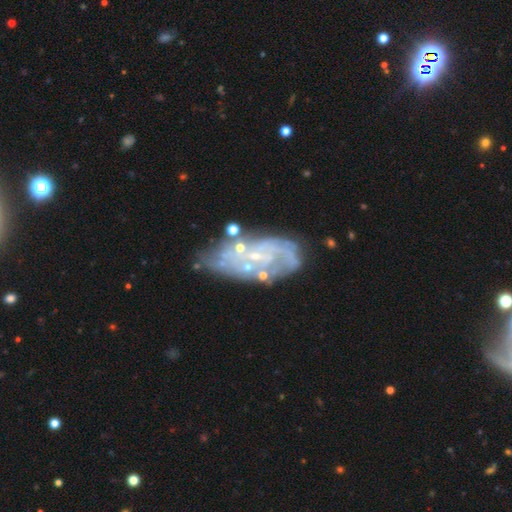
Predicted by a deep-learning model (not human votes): Smooth or featured? Predicted: featured or disk (p=0.76). Edge-on disk? Predicted: no (p=0.95). Bar? Predicted: no (p=0.72). Spiral arms? Predicted: yes (p=0.67). Bulge size? Predicted: small (p=0.67). Merging? Predicted: none (p=0.57).